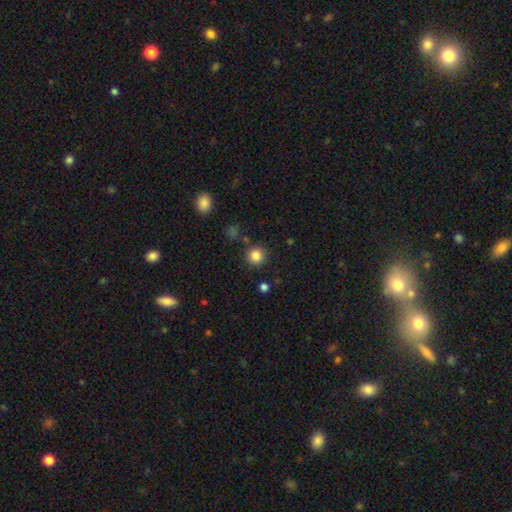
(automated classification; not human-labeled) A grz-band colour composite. It shows a smooth galaxy with no disk features (84%) that is round (95%). Merging: none (88%).